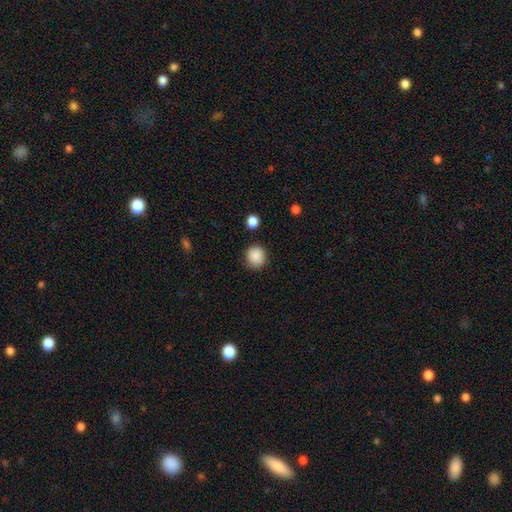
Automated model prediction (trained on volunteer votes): Smooth or featured? Predicted: smooth (p=0.88). How rounded? Predicted: round (p=0.89). Merging? Predicted: none (p=0.88).